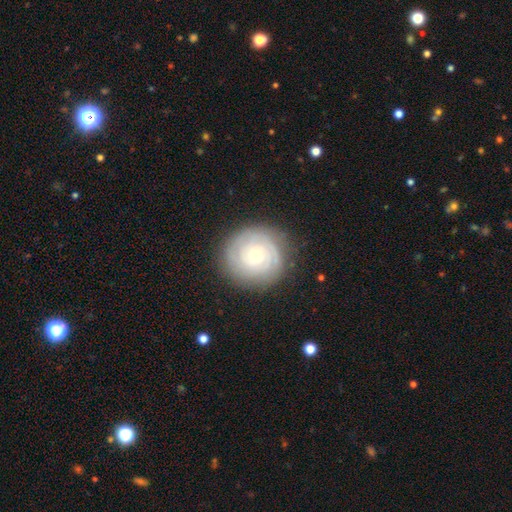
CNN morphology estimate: This appears to be a featured or disk galaxy (67%) with no bar (83%), tight (80%) spiral arms (87%) and a small central bulge (69%). Merging: none (84%).